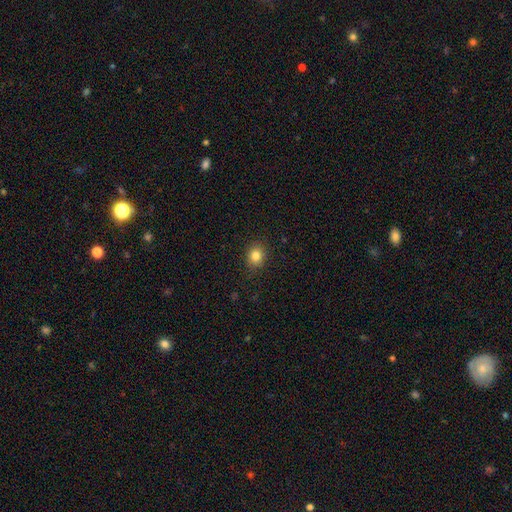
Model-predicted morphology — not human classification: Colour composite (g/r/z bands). It shows a smooth galaxy with no disk features (83%) that is round (57%). Merging: none (88%).